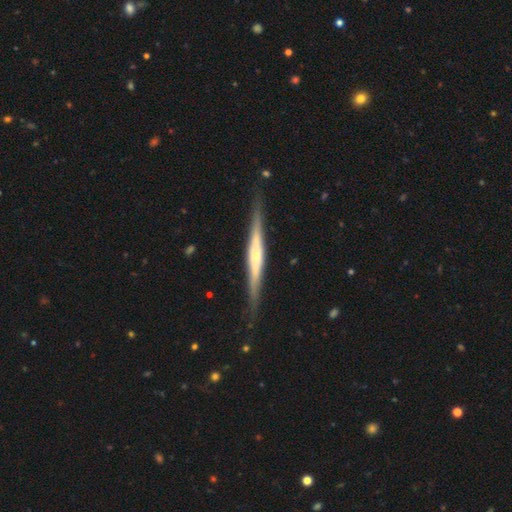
Smooth or featured? 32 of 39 (82%) said featured or disk. Edge-on disk? 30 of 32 (94%) said yes. Edge-on bulge? 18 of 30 (60%) said rounded. Merging? 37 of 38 (97%) said none.